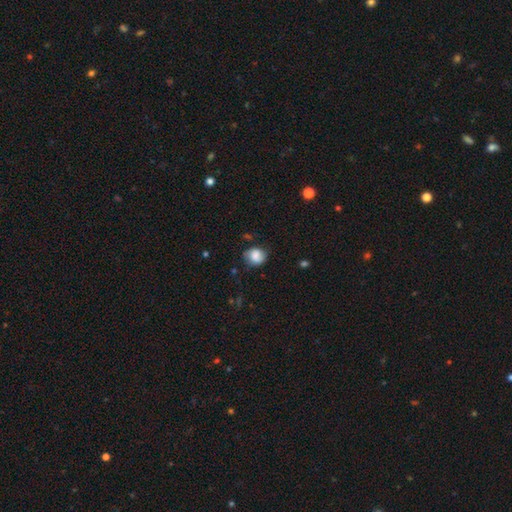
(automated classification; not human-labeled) The model was most divided on "how rounded": round: 68%, in between: 31%, cigar-shaped: 1%. More confident: smooth or featured — smooth (66%); merging — none (65%).